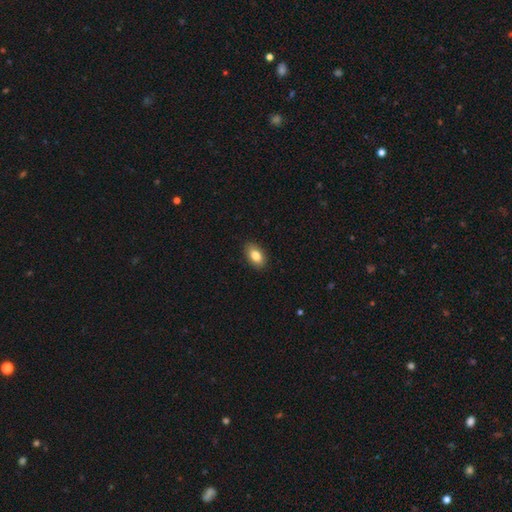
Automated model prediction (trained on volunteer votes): This is clearly a smooth galaxy (84%). How rounded: clearly in between (91%). Merging: clearly none (89%).